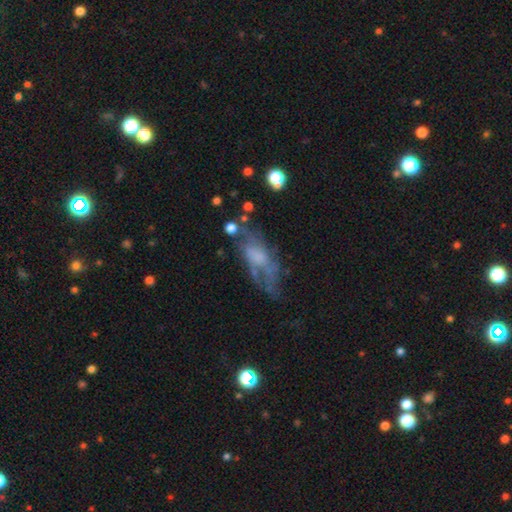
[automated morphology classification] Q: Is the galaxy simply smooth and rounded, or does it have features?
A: featured or disk — 56%.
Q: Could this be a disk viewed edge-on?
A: no — 84%.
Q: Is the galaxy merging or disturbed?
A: none — 45%.